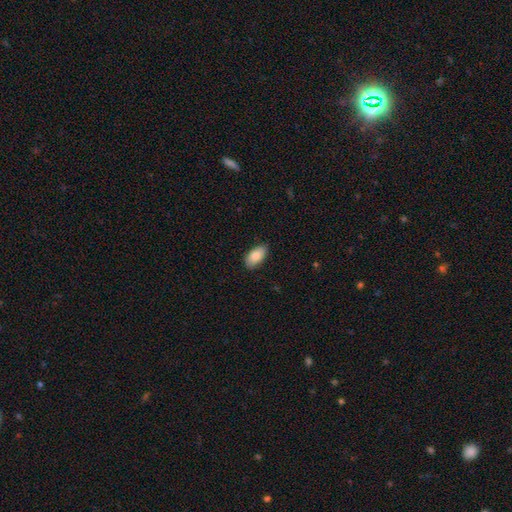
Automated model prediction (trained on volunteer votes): A smooth galaxy with no disk features (88%) that is in between round and cigar-shaped (94%).

Vote fractions:
- Smooth or featured? smooth: 88% / star or artifact: 6% / featured or disk: 6%
- How rounded? in between: 94% / cigar-shaped: 3% / round: 3%
- Merging? none: 85% / minor disturbance: 12% / major disturbance: 2% / merger: 1%